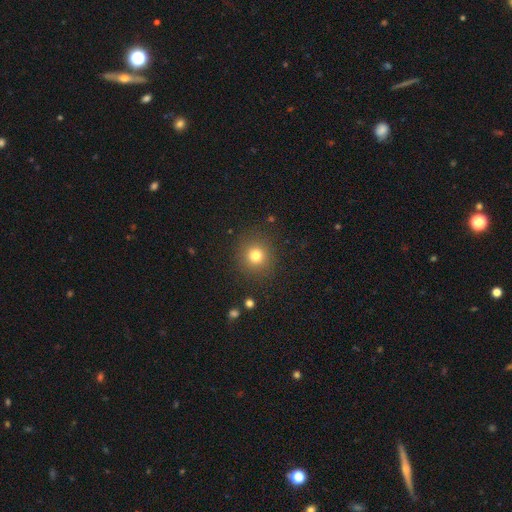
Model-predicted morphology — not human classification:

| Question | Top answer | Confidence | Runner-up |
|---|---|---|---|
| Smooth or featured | smooth | 78% | star or artifact (14%) |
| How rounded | round | 91% | in between (8%) |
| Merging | none | 88% | minor disturbance (7%) |